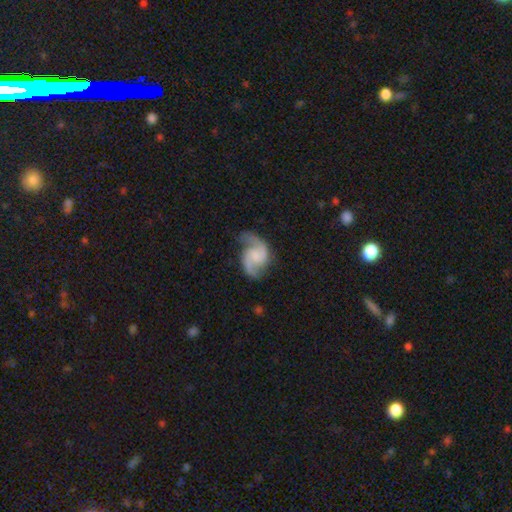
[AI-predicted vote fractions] Smooth or featured? Predicted: featured or disk (p=0.87). Edge-on disk? Predicted: no (p=0.98). Bar? Predicted: no (p=0.56). Spiral arms? Predicted: yes (p=0.97). Spiral winding? Predicted: medium (p=0.49). Spiral arm count? Predicted: 2 (p=0.93). Bulge size? Predicted: none (p=0.45). Merging? Predicted: none (p=0.71).